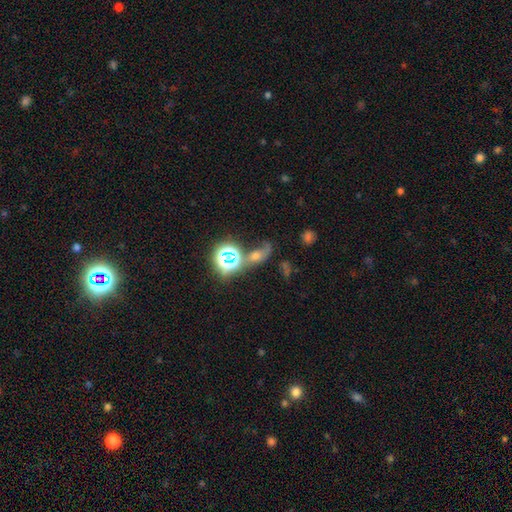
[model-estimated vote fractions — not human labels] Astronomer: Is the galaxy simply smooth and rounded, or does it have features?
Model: star or artifact — 43% (runner-up: smooth, 32%).